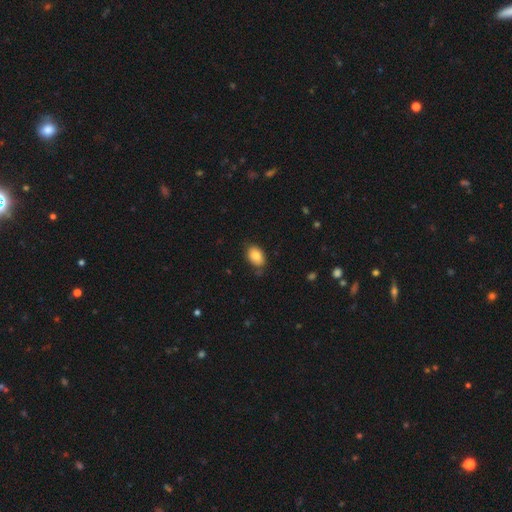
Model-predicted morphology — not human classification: Smooth or featured: smooth — 83% (featured or disk — 9%)
How rounded: in between — 85% (round — 14%)
Merging: none — 77% (minor disturbance — 18%)